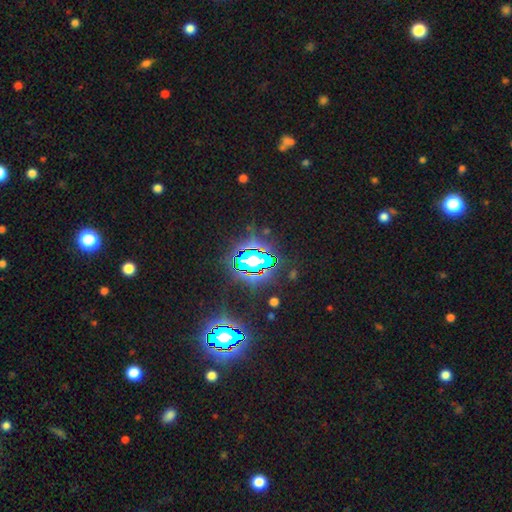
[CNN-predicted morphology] type=star or artifact (76%).